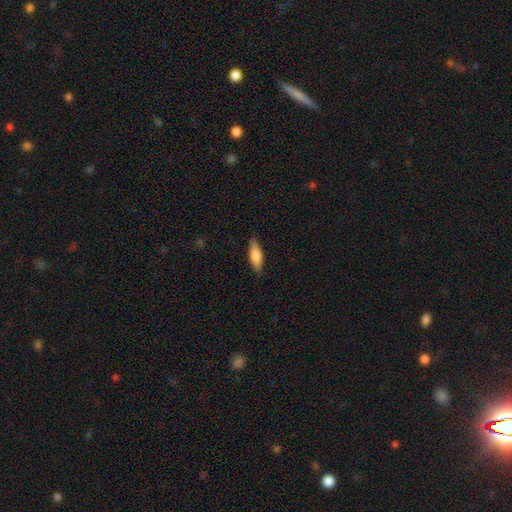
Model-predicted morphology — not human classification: Smooth or featured? Predicted: smooth (p=0.77). How rounded? Predicted: in between (p=0.50). Merging? Predicted: none (p=0.85).